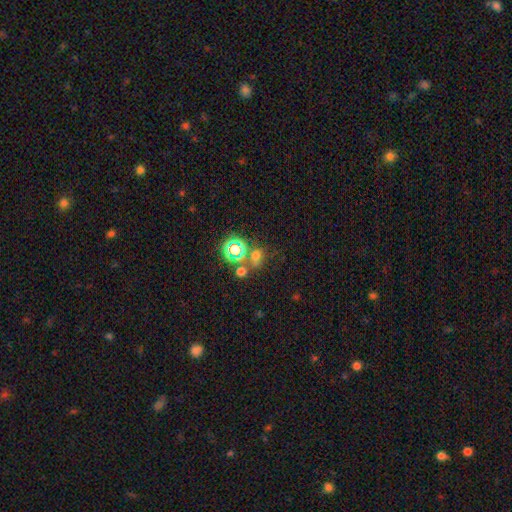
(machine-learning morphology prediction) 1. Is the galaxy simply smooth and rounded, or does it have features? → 50% smooth, 40% star or artifact, 10% featured or disk.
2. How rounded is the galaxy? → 71% round, 28% in between, 2% cigar-shaped.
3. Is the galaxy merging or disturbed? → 59% none, 24% merger, 11% minor disturbance, 6% major disturbance.